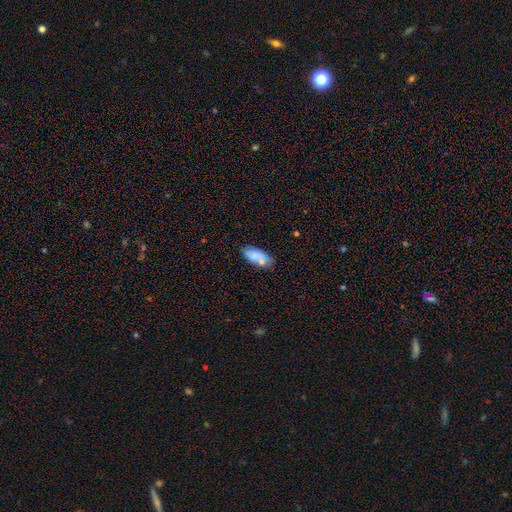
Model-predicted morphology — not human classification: A smooth galaxy with no disk features (77%) that is in between round and cigar-shaped (88%). Merging: none (67%).